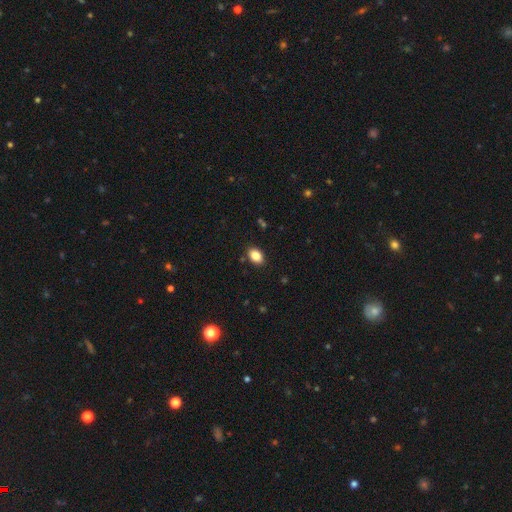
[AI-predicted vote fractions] A smooth galaxy with no disk features (86%) that is in between round and cigar-shaped (84%). Merging: none (88%).